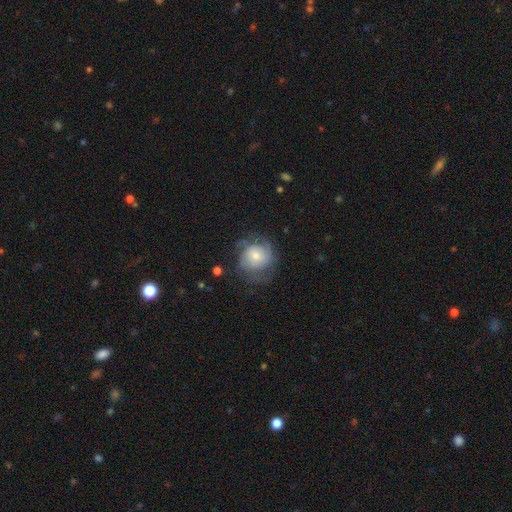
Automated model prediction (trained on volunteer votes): Overall: featured or disk (56%; smooth 36%). Edge-on disk: no (97%). Bar: no (81%). Spiral arms: yes (80%). Bulge size: small (52%; moderate 38%). Merging: none (58%; minor disturbance 22%).